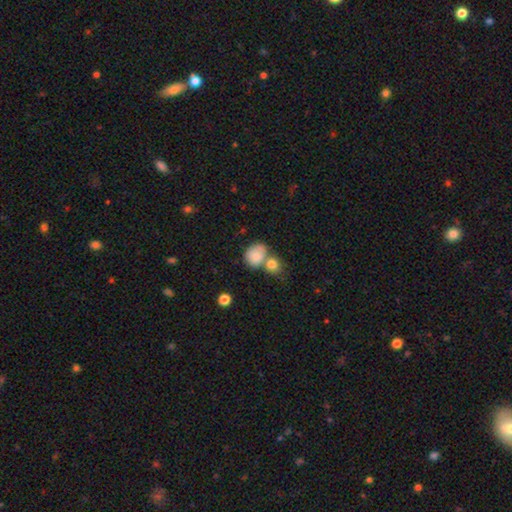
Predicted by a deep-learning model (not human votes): A smooth galaxy with no disk features (80%) that is round (61%).

Vote fractions:
- Smooth or featured? smooth: 80% / featured or disk: 12% / star or artifact: 8%
- How rounded? round: 61% / in between: 38% / cigar-shaped: 1%
- Merging? merger: 46% / none: 36% / minor disturbance: 13% / major disturbance: 5%